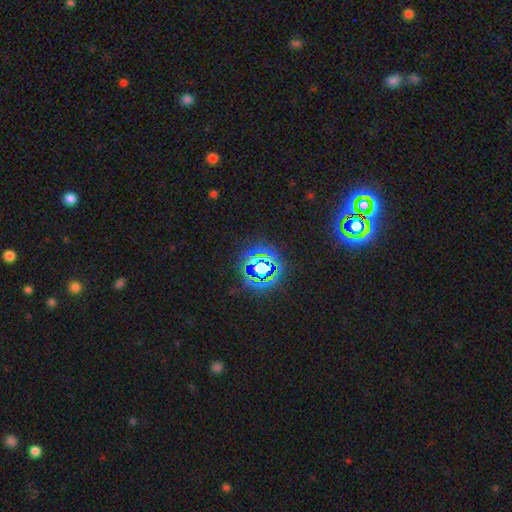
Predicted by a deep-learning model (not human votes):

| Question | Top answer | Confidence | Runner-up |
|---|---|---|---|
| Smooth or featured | star or artifact | 79% | smooth (14%) |